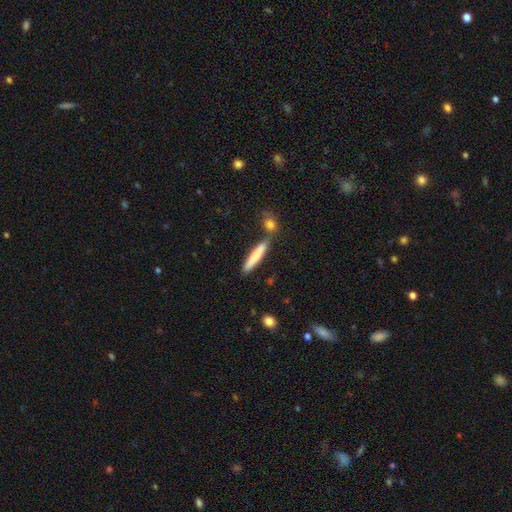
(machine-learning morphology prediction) A smooth galaxy with no disk features (77%) that is cigar-shaped (91%).

Vote fractions:
- Smooth or featured? smooth: 77% / featured or disk: 17% / star or artifact: 6%
- How rounded? cigar-shaped: 91% / in between: 7% / round: 2%
- Merging? none: 72% / merger: 14% / minor disturbance: 11% / major disturbance: 3%